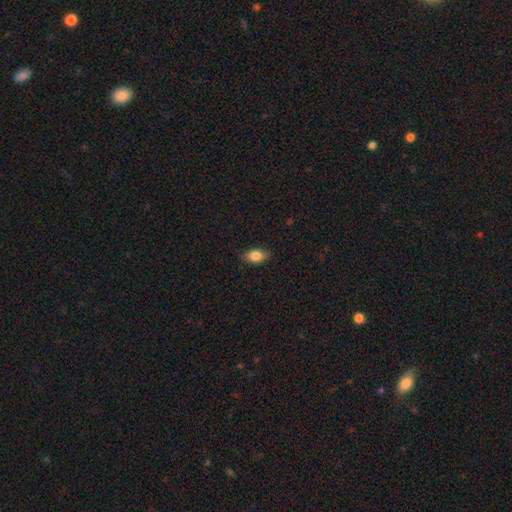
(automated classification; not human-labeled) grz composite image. It shows a smooth galaxy with no disk features (83%) that is in between round and cigar-shaped (86%). Merging: none (84%).